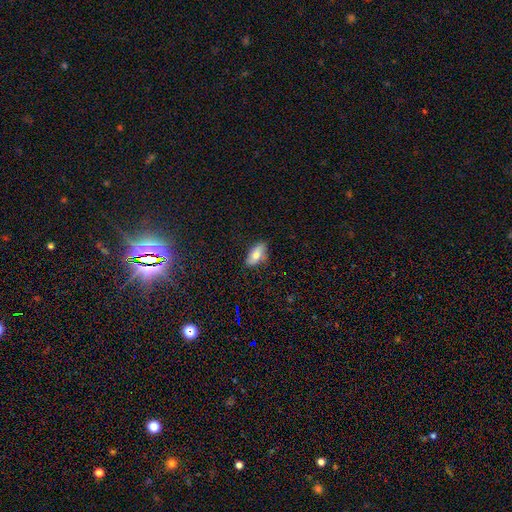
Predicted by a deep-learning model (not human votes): The model was most divided on "smooth or featured": smooth: 70%, featured or disk: 21%, star or artifact: 9%. More confident: how rounded — in between (89%); merging — none (76%).